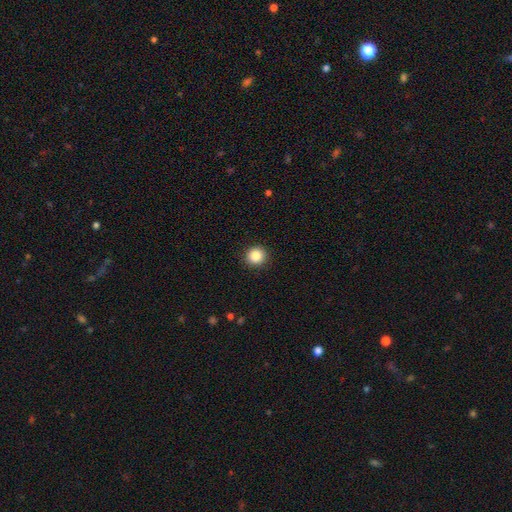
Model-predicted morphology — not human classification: Smooth or featured? Predicted: smooth (p=0.87). How rounded? Predicted: round (p=0.93). Merging? Predicted: none (p=0.92).